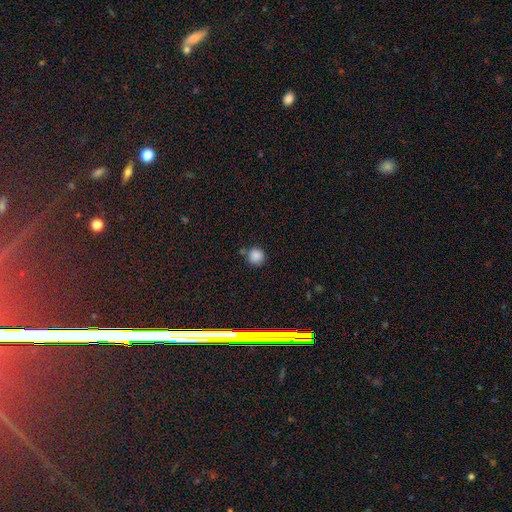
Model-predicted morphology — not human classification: A smooth galaxy with no disk features (84%) that is round (93%). Merging: none (75%).